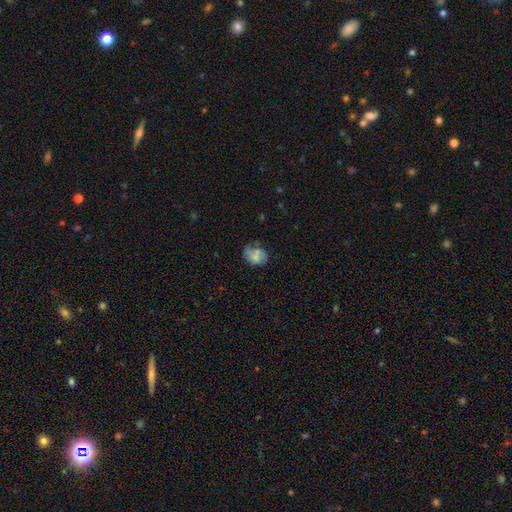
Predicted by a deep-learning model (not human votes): smooth 64%, featured or disk 26%, star or artifact 10%. Down the decision tree: how rounded — in between (62%); merging — none (43%).